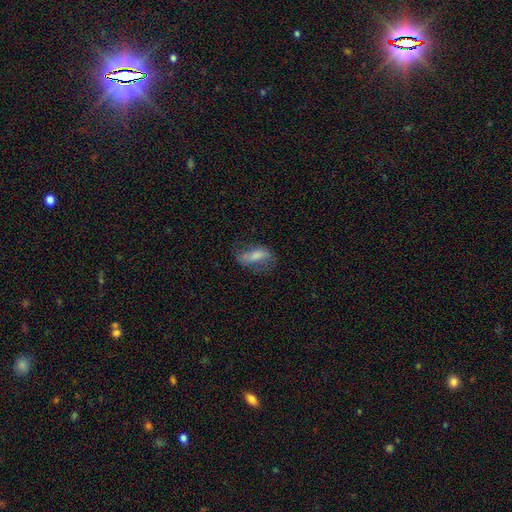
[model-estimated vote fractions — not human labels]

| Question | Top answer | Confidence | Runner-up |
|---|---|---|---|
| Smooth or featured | smooth | 54% | featured or disk (38%) |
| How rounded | in between | 81% | cigar-shaped (13%) |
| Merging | none | 56% | minor disturbance (25%) |